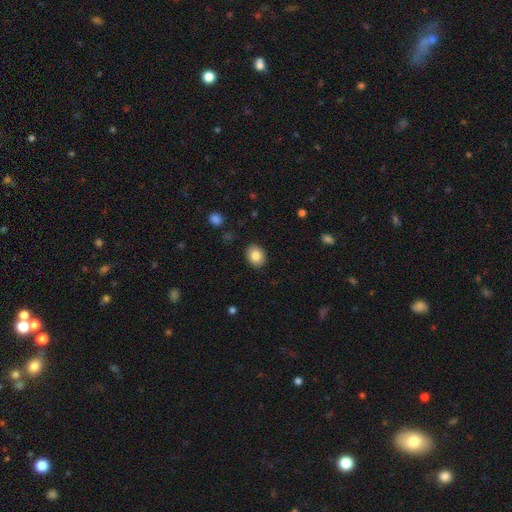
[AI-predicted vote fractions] A smooth galaxy with no disk features (84%) that is round (52%). Merging: none (89%).